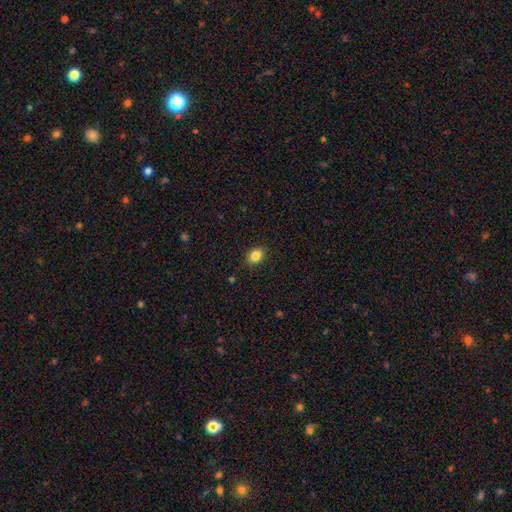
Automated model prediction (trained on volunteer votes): A smooth galaxy with no disk features (85%) that is round (50%). Merging: none (88%).